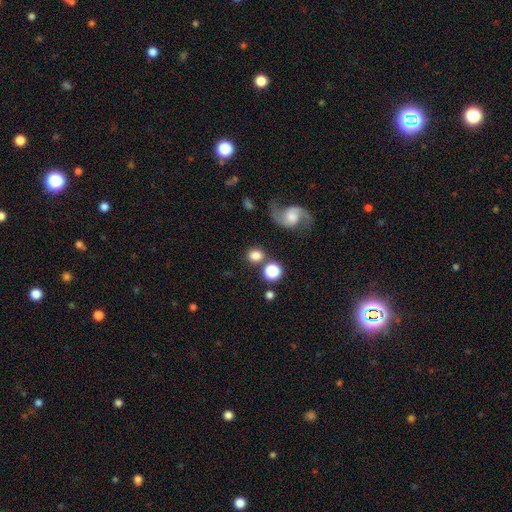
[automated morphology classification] Smooth or featured? Predicted: smooth (p=0.76). How rounded? Predicted: round (p=0.79). Merging? Predicted: none (p=0.75).